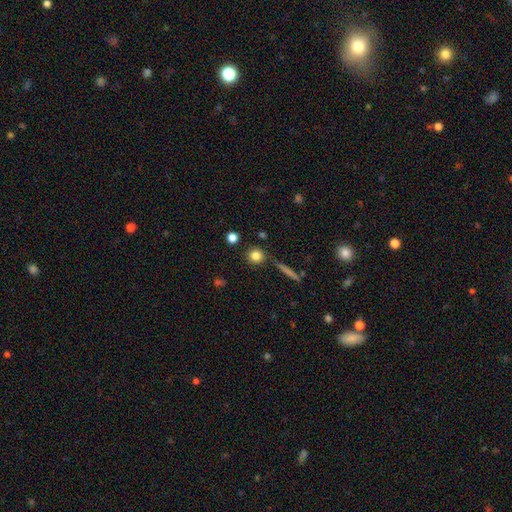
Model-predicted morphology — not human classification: This is clearly a smooth galaxy (82%). How rounded: clearly round (90%). Merging: clearly none (84%).